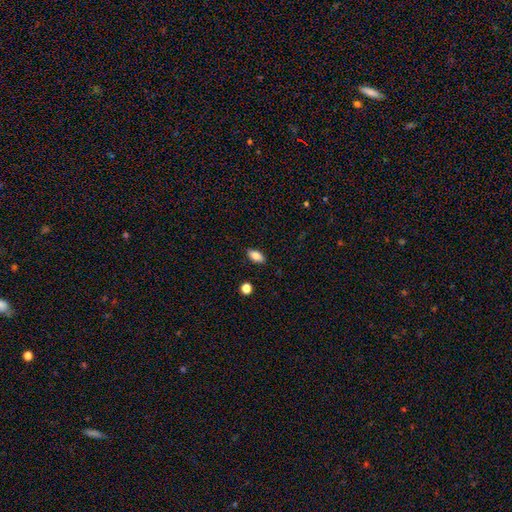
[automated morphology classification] Overall: smooth (80%). How rounded: in between (88%). Merging: none (87%).